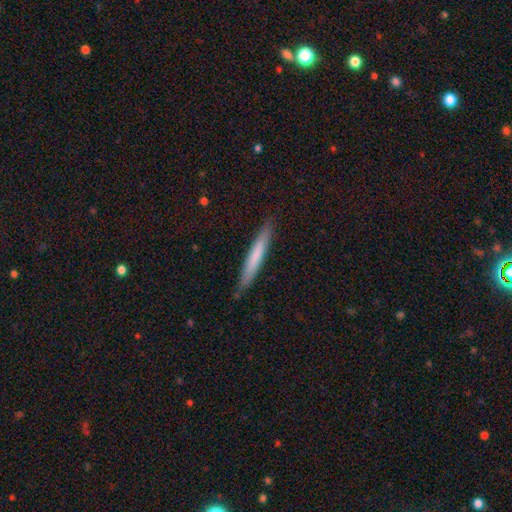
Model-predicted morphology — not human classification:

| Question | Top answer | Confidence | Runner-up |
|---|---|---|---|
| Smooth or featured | smooth | 68% | featured or disk (26%) |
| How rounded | cigar-shaped | 96% | in between (3%) |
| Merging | none | 87% | minor disturbance (10%) |